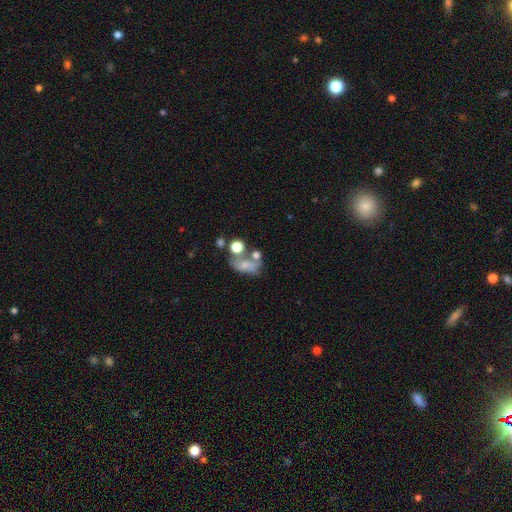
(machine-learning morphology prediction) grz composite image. It shows a smooth galaxy with no disk features (38%). Merging: none (38%).